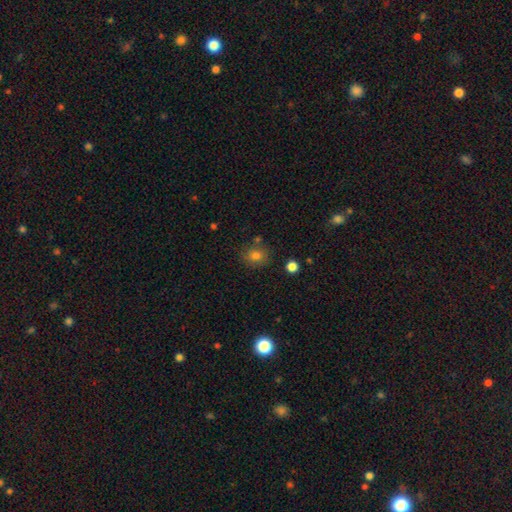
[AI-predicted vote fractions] Q: Smooth or featured?
A: smooth (80%); runner-up: star or artifact (12%)
Q: How rounded?
A: round (66%); runner-up: in between (33%)
Q: Merging?
A: none (78%); runner-up: minor disturbance (13%)